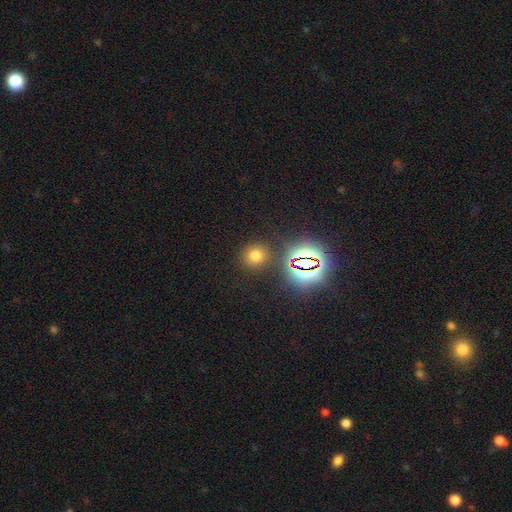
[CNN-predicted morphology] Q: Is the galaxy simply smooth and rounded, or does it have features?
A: smooth — 67%.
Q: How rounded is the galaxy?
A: round — 87%.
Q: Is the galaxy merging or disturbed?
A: none — 84%.